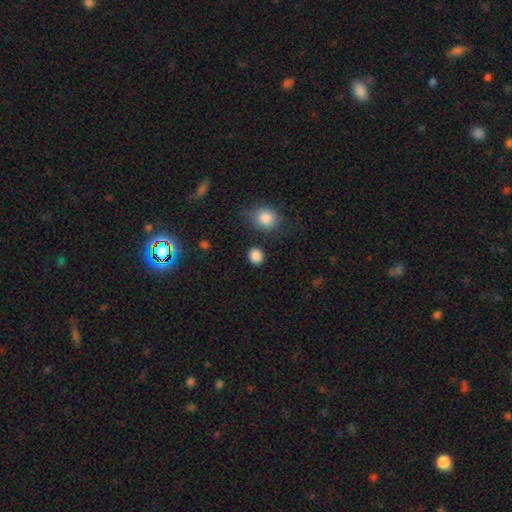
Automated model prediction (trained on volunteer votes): A smooth galaxy with no disk features (87%) that is round (80%). Merging: none (86%).